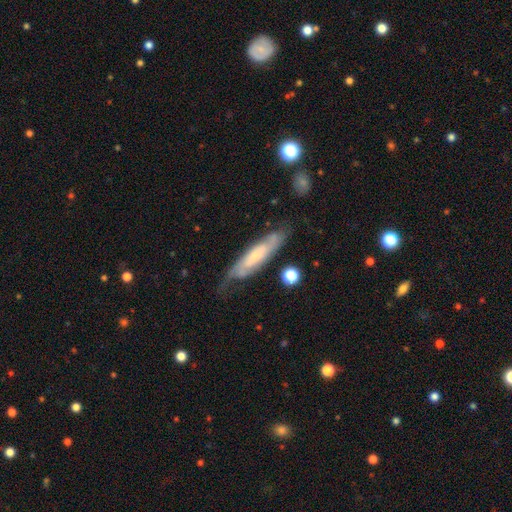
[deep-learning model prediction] featured or disk 63%, smooth 31%, star or artifact 6%. Down the decision tree: edge-on disk — no (66%); merging — none (63%).